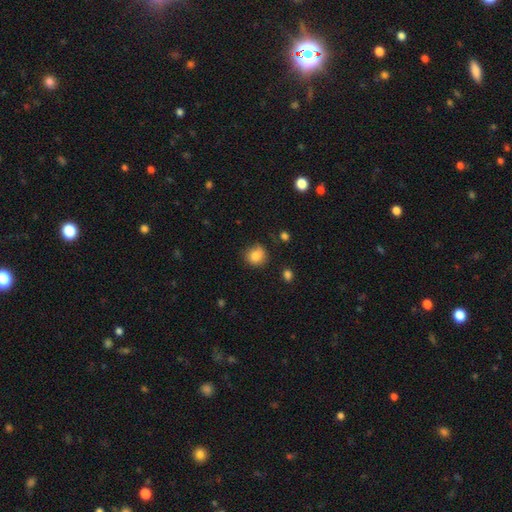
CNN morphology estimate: Smooth or featured? smooth (83%)
How rounded? round (85%)
Merging? none (73%)